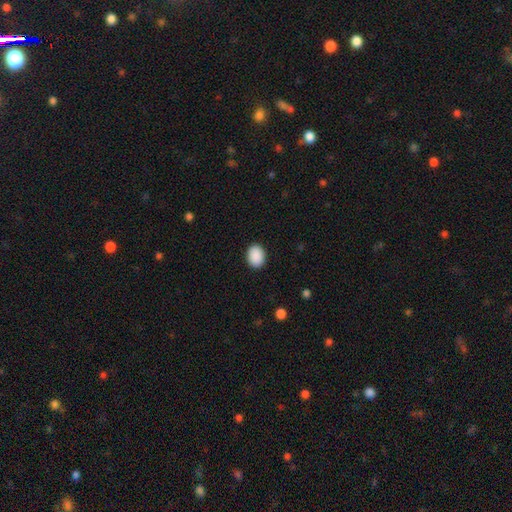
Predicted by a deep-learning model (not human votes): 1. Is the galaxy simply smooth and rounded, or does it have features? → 91% smooth, 7% star or artifact, 2% featured or disk.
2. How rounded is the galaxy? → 65% in between, 35% round, 1% cigar-shaped.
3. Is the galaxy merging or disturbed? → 90% none, 7% minor disturbance, 2% major disturbance, 1% merger.